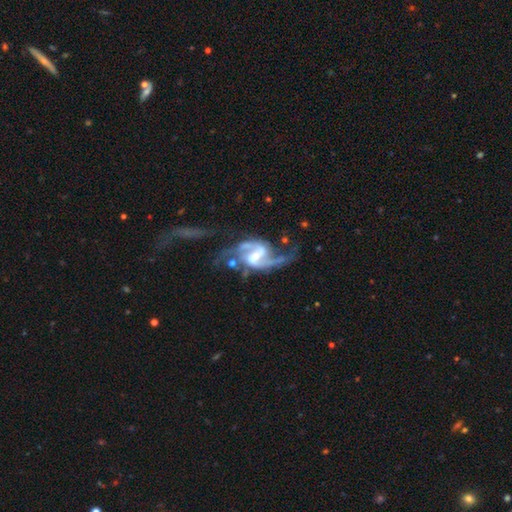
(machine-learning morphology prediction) Smooth or featured? featured or disk (92%)
Edge-on disk? no (98%)
Bar? weak (47%)
Spiral arms? yes (97%)
Spiral winding? loose (48%)
Spiral arm count? 2 (91%)
Bulge size? small (45%)
Merging? none (50%)